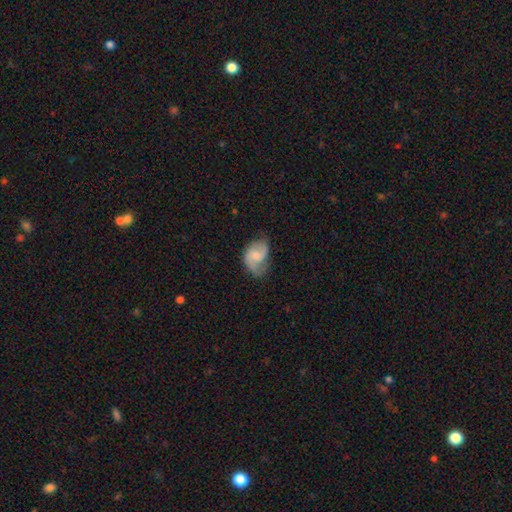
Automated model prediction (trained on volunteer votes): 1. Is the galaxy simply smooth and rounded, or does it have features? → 63% featured or disk, 30% smooth, 6% star or artifact.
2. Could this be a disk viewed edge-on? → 97% no, 3% yes.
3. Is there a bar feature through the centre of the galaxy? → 56% no, 38% weak, 6% strong.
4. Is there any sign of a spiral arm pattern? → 90% yes, 10% no.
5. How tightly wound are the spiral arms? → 45% medium, 38% loose, 17% tight.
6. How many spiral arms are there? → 78% 2, 9% 1, 9% can't tell, 2% 3, 1% 4, 1% more than 4.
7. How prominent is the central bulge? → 45% small, 40% moderate, 10% none, 4% large, 1% dominant.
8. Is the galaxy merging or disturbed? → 49% none, 32% minor disturbance, 17% major disturbance, 2% merger.